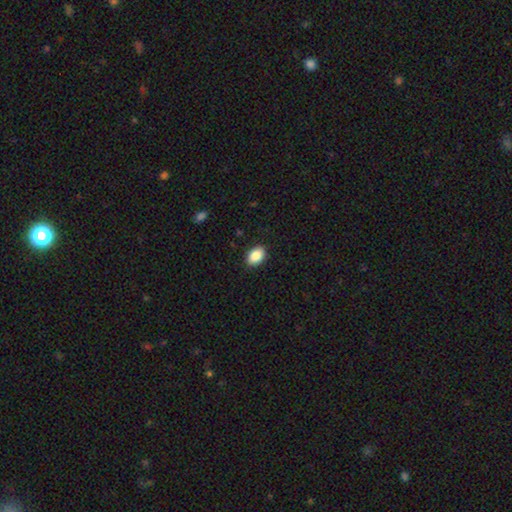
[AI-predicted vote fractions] The model was most divided on "how rounded": in between: 86%, round: 13%, cigar-shaped: 1%. More confident: merging — none (89%); smooth or featured — smooth (89%).